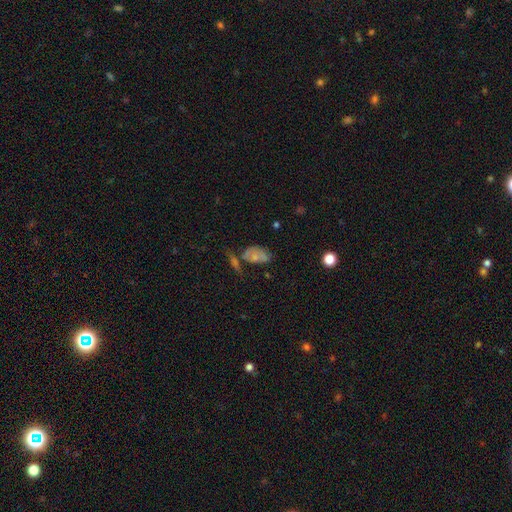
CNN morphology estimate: smooth 63%, featured or disk 25%, star or artifact 12%. Down the decision tree: how rounded — in between (86%); merging — none (39%).